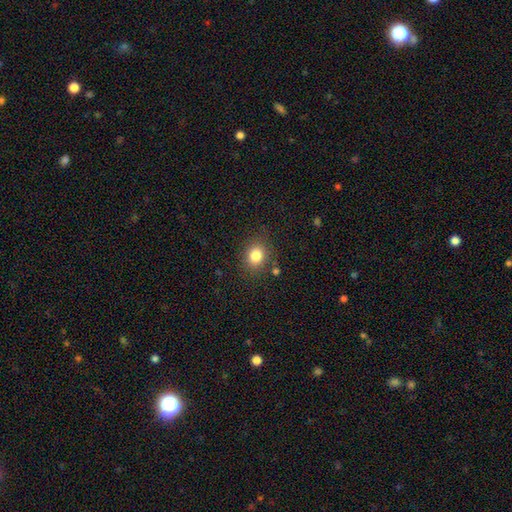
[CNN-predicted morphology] A smooth galaxy with no disk features (82%) that is round (65%). Merging: none (82%).